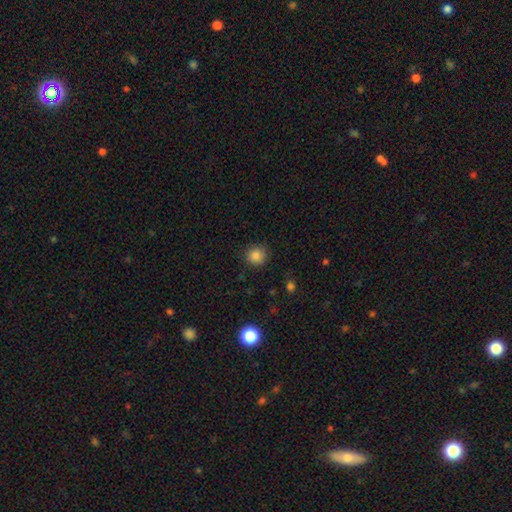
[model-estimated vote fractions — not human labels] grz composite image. It shows a smooth galaxy with no disk features (85%) that is round (92%). Merging: none (89%).